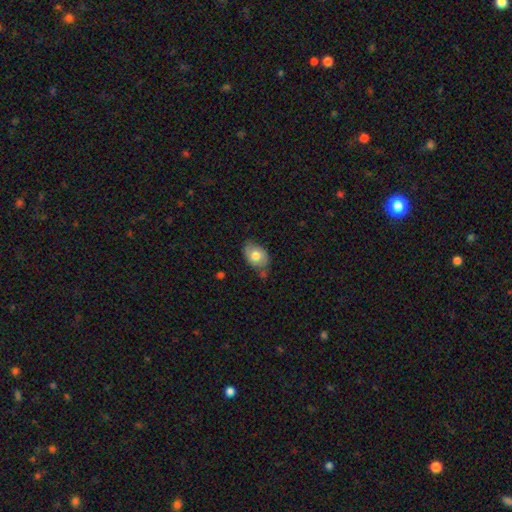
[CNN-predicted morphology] smooth 72%, featured or disk 21%, star or artifact 7%. Down the decision tree: how rounded — in between (79%); merging — none (62%).